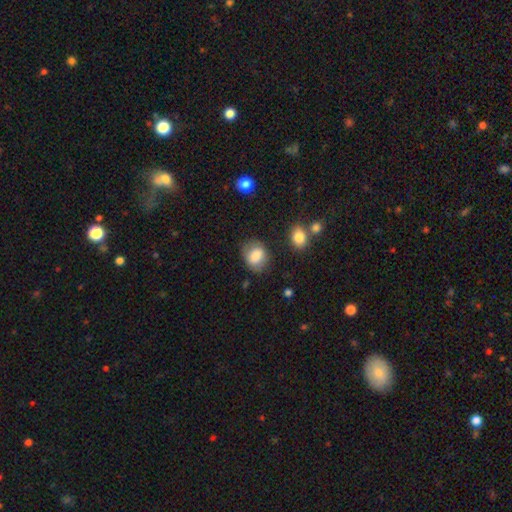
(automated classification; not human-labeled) Smooth or featured: smooth — 80% (featured or disk — 12%)
How rounded: in between — 51% (round — 48%)
Merging: none — 72% (minor disturbance — 18%)